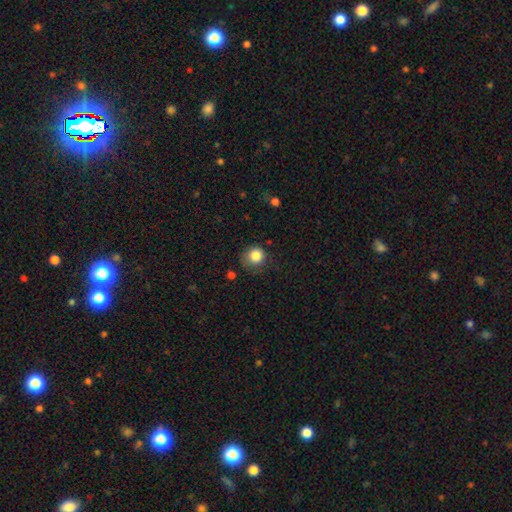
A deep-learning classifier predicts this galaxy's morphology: smooth-or-featured: smooth: 85% | star or artifact: 9% | featured or disk: 6%
  how-rounded: round: 87% | in between: 12% | cigar-shaped: 1%
  merging: none: 62% | minor disturbance: 26% | major disturbance: 10% | merger: 2%